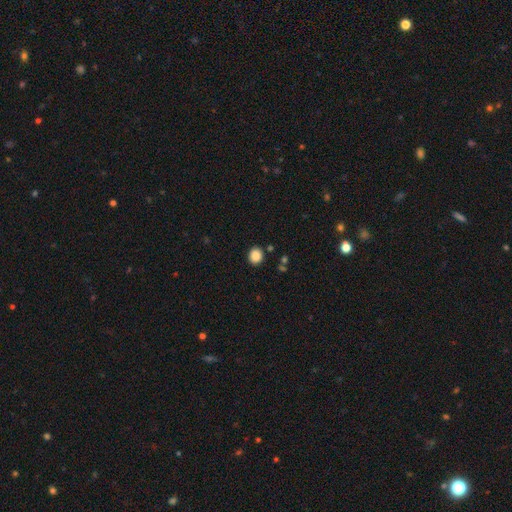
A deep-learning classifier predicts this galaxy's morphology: A smooth galaxy with no disk features (87%) that is round (79%). Merging: none (90%).